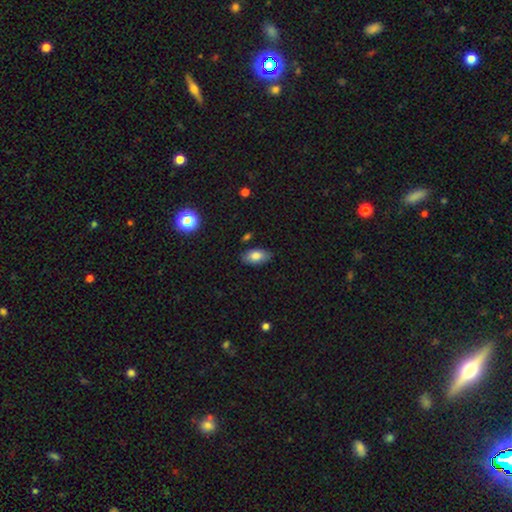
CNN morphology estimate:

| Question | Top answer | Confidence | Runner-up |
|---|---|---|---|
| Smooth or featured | smooth | 82% | featured or disk (10%) |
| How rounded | in between | 92% | round (4%) |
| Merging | none | 84% | minor disturbance (12%) |